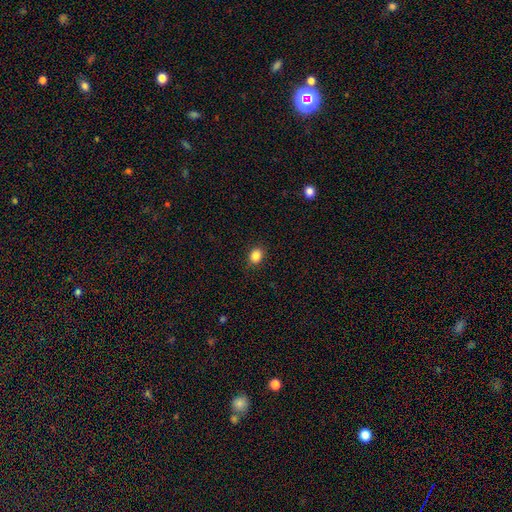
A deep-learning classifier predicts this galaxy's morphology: Smooth or featured?
  - smooth: 86% *
  - star or artifact: 10%
  - featured or disk: 3%
How rounded?
  - round: 55% *
  - in between: 44%
  - cigar-shaped: 1%
Merging?
  - none: 90% *
  - minor disturbance: 7%
  - major disturbance: 2%
  - merger: 1%